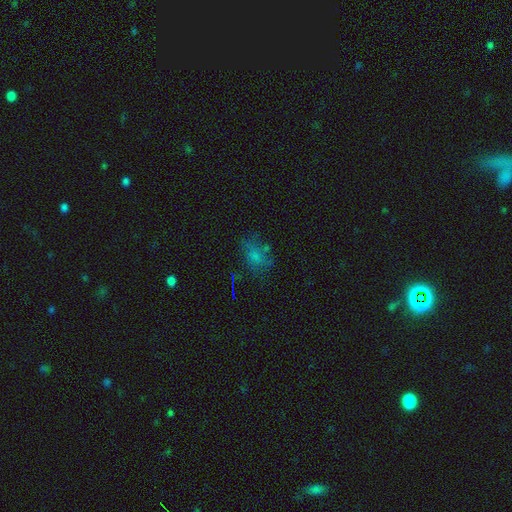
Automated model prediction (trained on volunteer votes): A smooth galaxy with no disk features (56%) that is in between round and cigar-shaped (72%). Merging: none (52%).